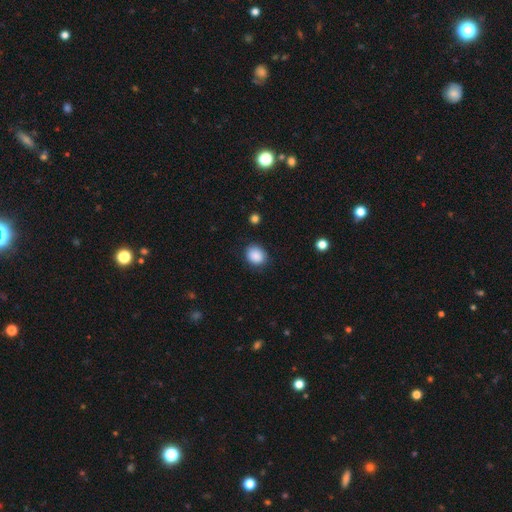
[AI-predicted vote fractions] Smooth or featured? Predicted: smooth (p=0.88). How rounded? Predicted: round (p=0.61). Merging? Predicted: none (p=0.84).